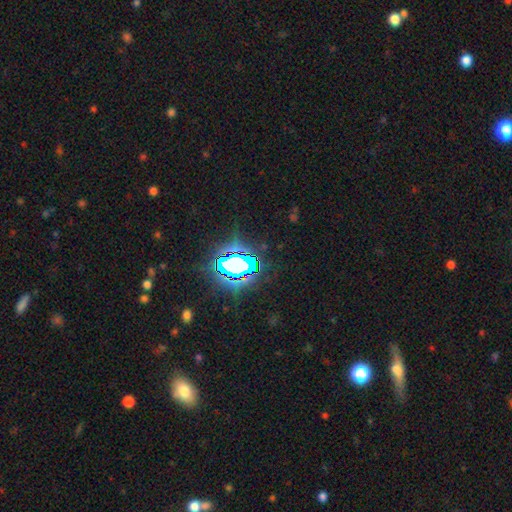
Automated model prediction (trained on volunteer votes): star or artifact 80%, smooth 12%, featured or disk 8%.